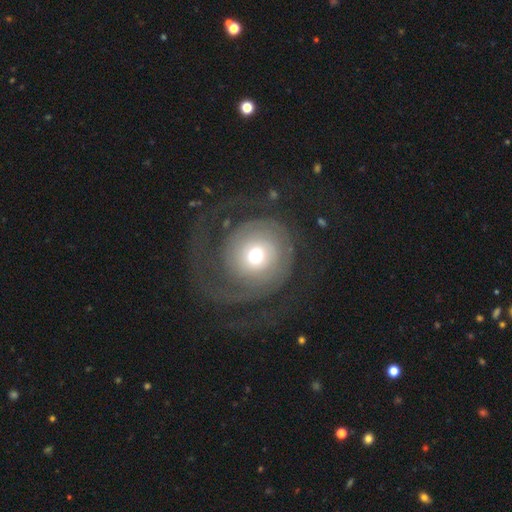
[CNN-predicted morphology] Q: Smooth or featured?
A: featured or disk (70%); runner-up: smooth (23%)
Q: Edge-on disk?
A: no (97%); runner-up: yes (3%)
Q: Bar?
A: no (80%); runner-up: weak (15%)
Q: Spiral arms?
A: yes (83%); runner-up: no (17%)
Q: Spiral winding?
A: tight (53%); runner-up: medium (25%)
Q: Spiral arm count?
A: 2 (36%); runner-up: 1 (32%)
Q: Bulge size?
A: moderate (61%); runner-up: small (23%)
Q: Merging?
A: none (53%); runner-up: major disturbance (34%)